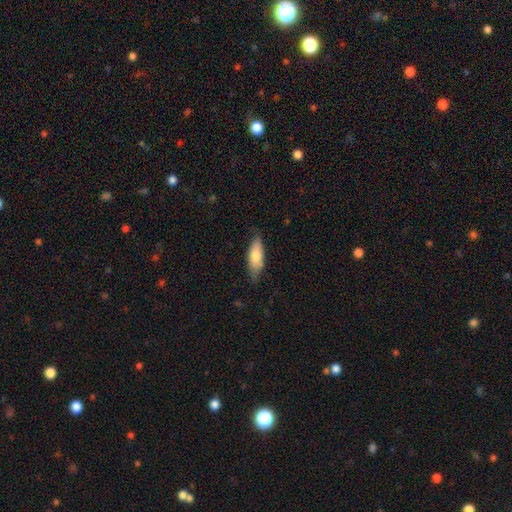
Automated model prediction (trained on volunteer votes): Overall: smooth (74%). How rounded: in between (69%). Merging: none (73%).